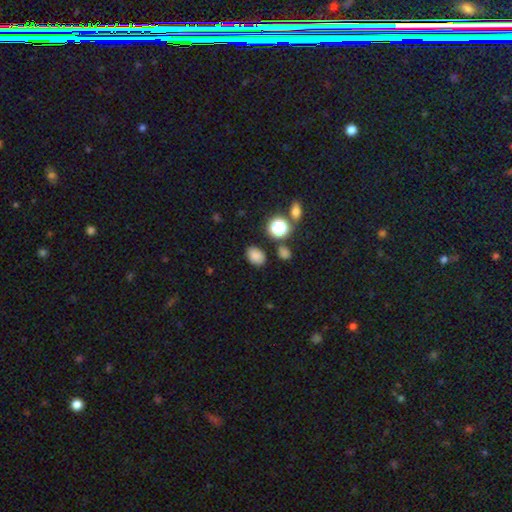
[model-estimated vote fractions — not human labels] smooth_or_featured: smooth (p=0.81) [alt: star or artifact p=0.14]
how_rounded: in between (p=0.74) [alt: round p=0.25]
merging: none (p=0.82) [alt: minor disturbance p=0.11]